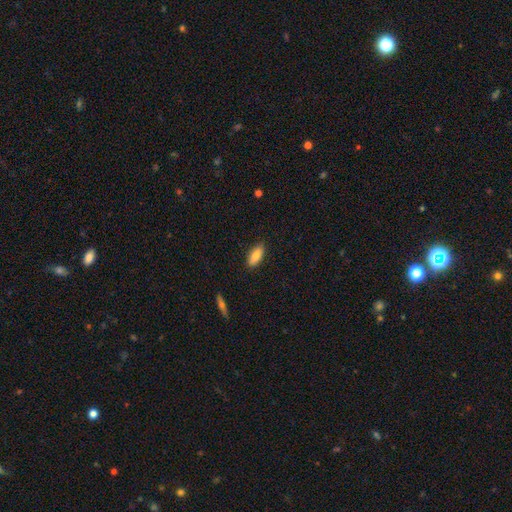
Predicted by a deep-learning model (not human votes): smooth-or-featured: smooth: 79% | featured or disk: 14% | star or artifact: 7%
  how-rounded: in between: 82% | cigar-shaped: 16% | round: 2%
  merging: none: 87% | minor disturbance: 10% | major disturbance: 2% | merger: 1%